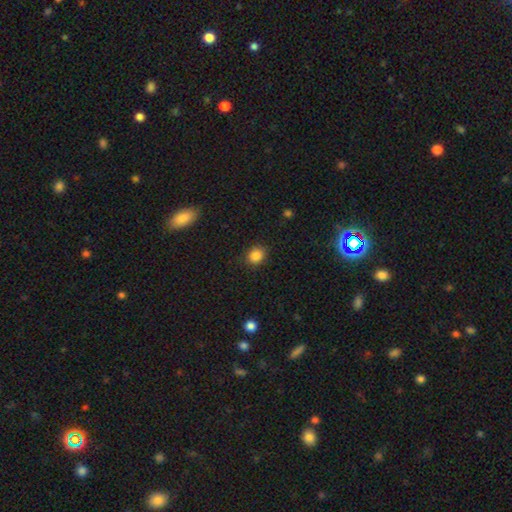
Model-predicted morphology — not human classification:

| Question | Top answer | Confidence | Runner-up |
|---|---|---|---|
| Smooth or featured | smooth | 86% | star or artifact (10%) |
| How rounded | round | 66% | in between (33%) |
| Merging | none | 86% | minor disturbance (10%) |